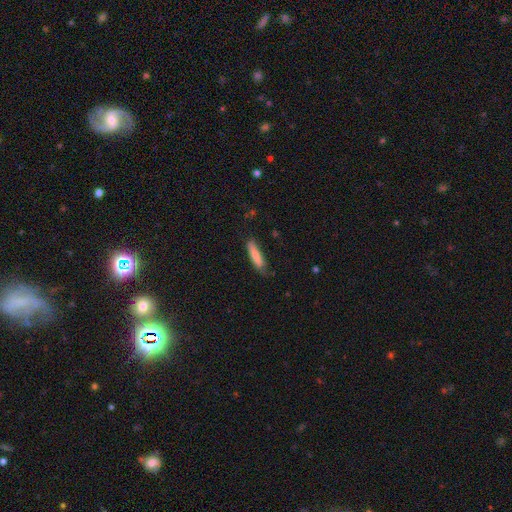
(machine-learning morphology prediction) type=smooth (81%); roundness=cigar-shaped (82%); merging=none (73%).